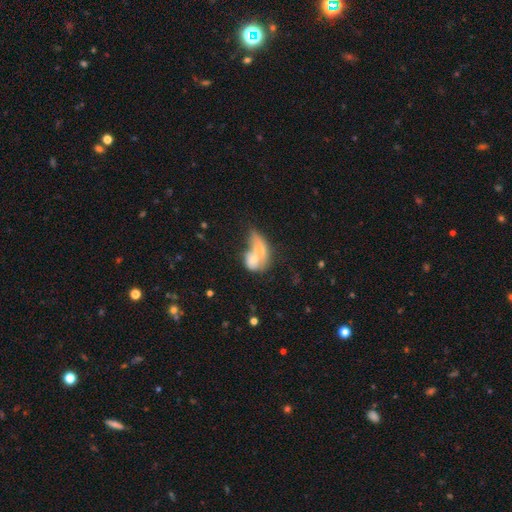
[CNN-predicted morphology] Smooth or featured?
  - smooth: 55% *
  - featured or disk: 34%
  - star or artifact: 10%
How rounded?
  - in between: 71% *
  - round: 23%
  - cigar-shaped: 5%
Merging?
  - merger: 45% *
  - major disturbance: 29%
  - none: 14%
  - minor disturbance: 12%